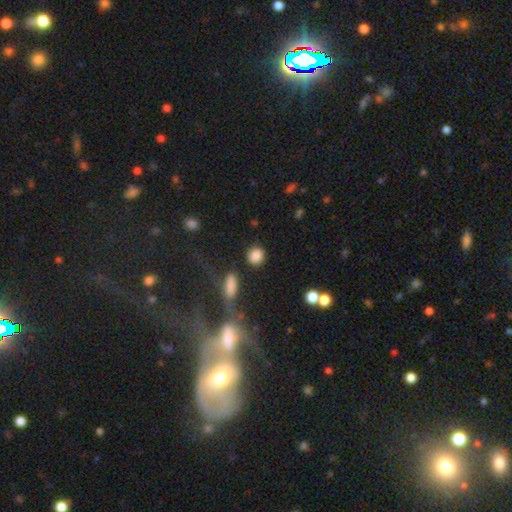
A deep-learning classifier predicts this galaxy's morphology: Smooth or featured?
  - smooth: 86% *
  - star or artifact: 9%
  - featured or disk: 5%
How rounded?
  - round: 80% *
  - in between: 18%
  - cigar-shaped: 2%
Merging?
  - none: 82% *
  - minor disturbance: 10%
  - merger: 4%
  - major disturbance: 4%